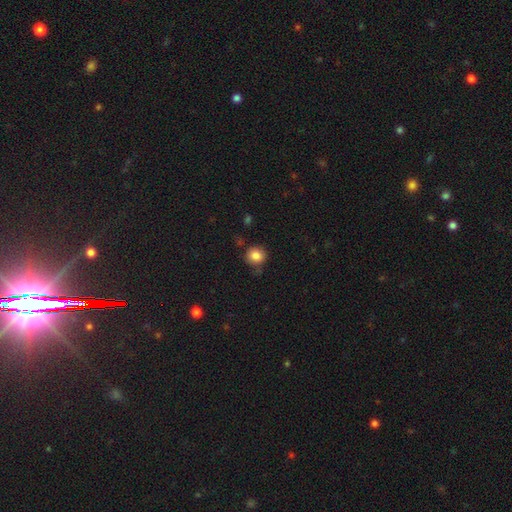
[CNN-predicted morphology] Smooth or featured? Predicted: smooth (p=0.84). How rounded? Predicted: round (p=0.88). Merging? Predicted: none (p=0.78).